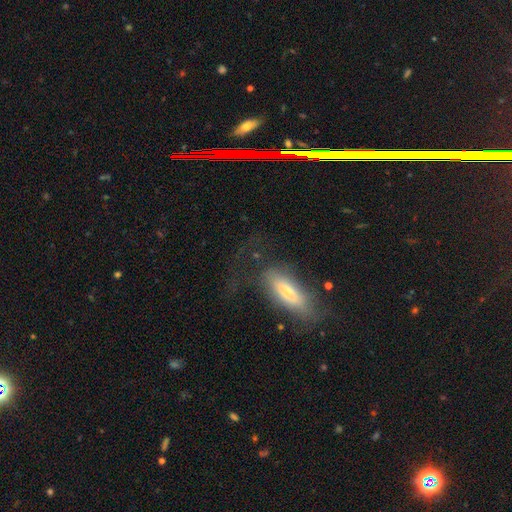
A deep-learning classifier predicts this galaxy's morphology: This is marginally a smooth galaxy (44%). Merging: likely none (66%).